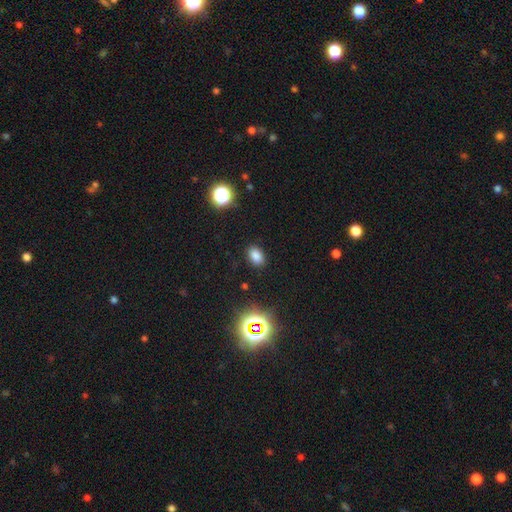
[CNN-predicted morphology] Smooth or featured: smooth — 78% (star or artifact — 17%)
How rounded: in between — 83% (round — 16%)
Merging: none — 88% (minor disturbance — 8%)